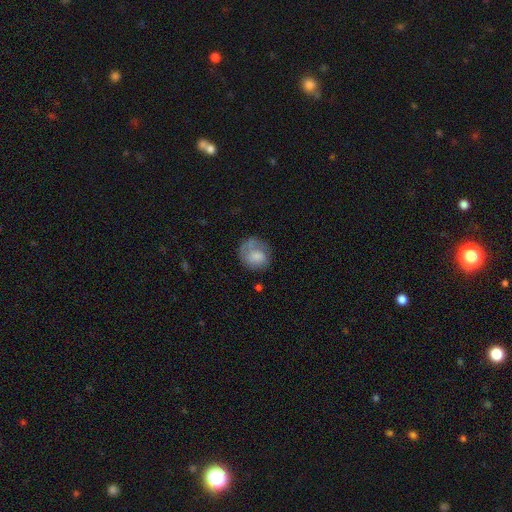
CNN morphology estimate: A smooth galaxy with no disk features (66%) that is round (73%).

Vote fractions:
- Smooth or featured? smooth: 66% / featured or disk: 26% / star or artifact: 8%
- How rounded? round: 73% / in between: 26% / cigar-shaped: 1%
- Merging? none: 52% / minor disturbance: 25% / major disturbance: 19% / merger: 3%